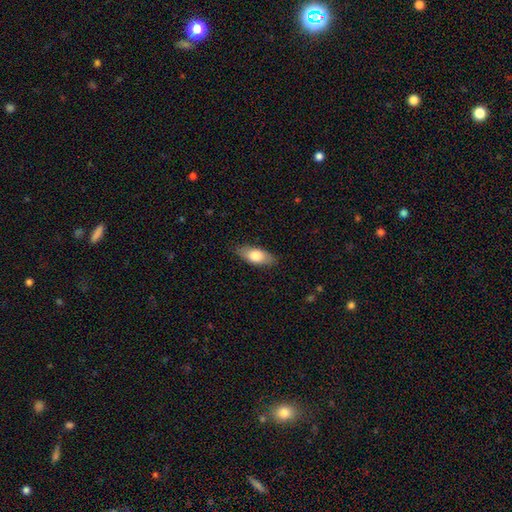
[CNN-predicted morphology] Overall: smooth (75%). How rounded: in between (82%). Merging: none (85%).